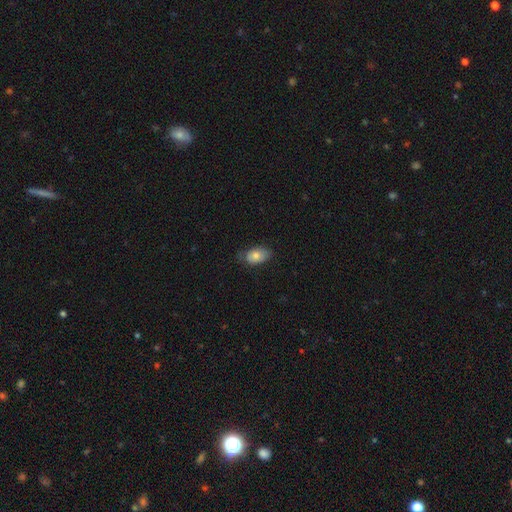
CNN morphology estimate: A smooth galaxy with no disk features (74%) that is in between round and cigar-shaped (90%). Merging: none (65%).